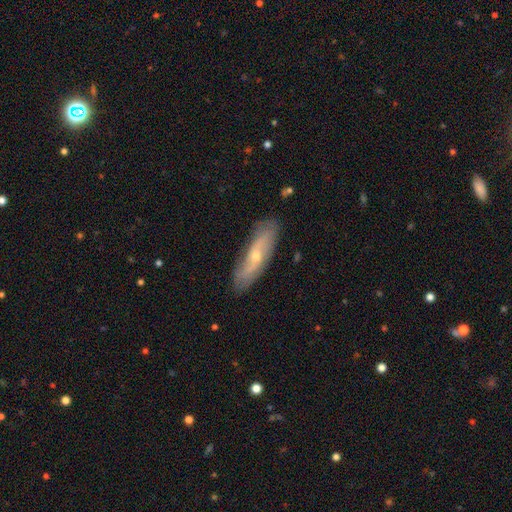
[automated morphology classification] Q: Smooth or featured?
A: featured or disk (64%); runner-up: smooth (29%)
Q: Edge-on disk?
A: no (66%); runner-up: yes (34%)
Q: Merging?
A: none (82%); runner-up: minor disturbance (13%)